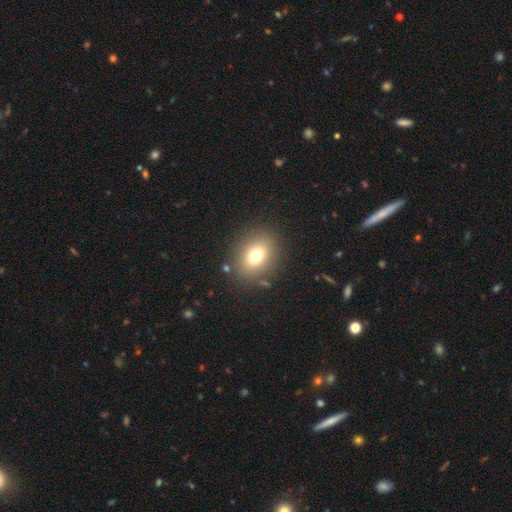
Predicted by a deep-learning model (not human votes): Overall: smooth (73%). How rounded: in between (54%; round 45%). Merging: none (84%).